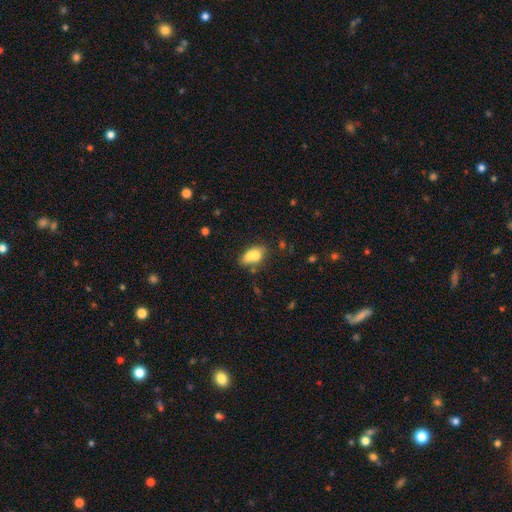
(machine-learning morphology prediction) Smooth or featured: smooth — 73% (featured or disk — 17%)
How rounded: in between — 84% (round — 10%)
Merging: none — 40% (merger — 37%)